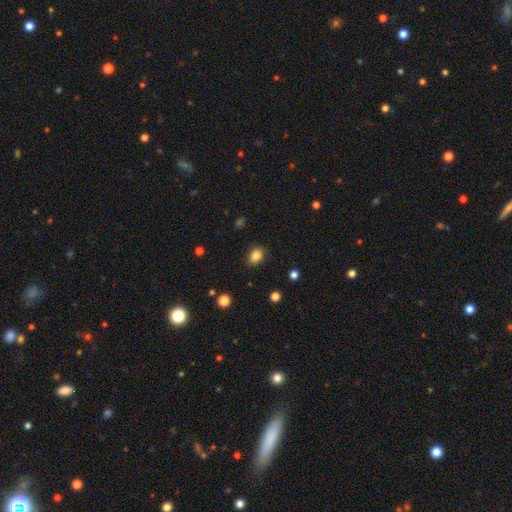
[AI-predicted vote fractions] This is clearly a smooth galaxy (85%). How rounded: likely in between (66%). Merging: clearly none (83%).